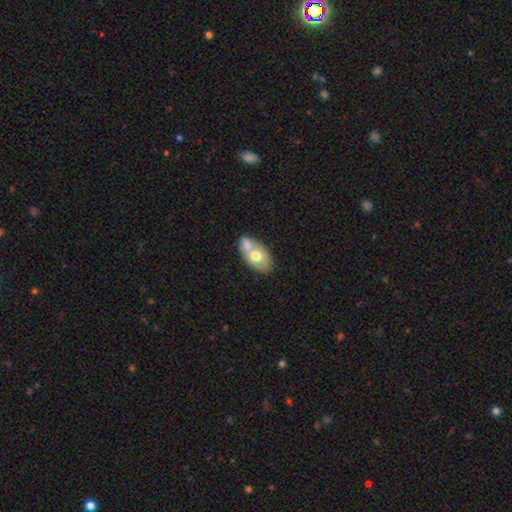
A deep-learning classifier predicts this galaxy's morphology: Smooth or featured?
  - smooth: 62% *
  - featured or disk: 32%
  - star or artifact: 6%
How rounded?
  - in between: 88% *
  - round: 10%
  - cigar-shaped: 2%
Merging?
  - merger: 52% *
  - none: 31%
  - minor disturbance: 13%
  - major disturbance: 5%